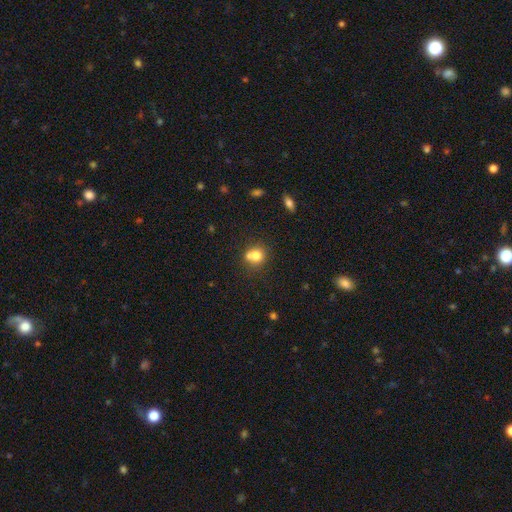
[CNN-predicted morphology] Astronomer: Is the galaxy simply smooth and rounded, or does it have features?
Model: smooth — 75%.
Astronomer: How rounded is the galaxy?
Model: round — 78%.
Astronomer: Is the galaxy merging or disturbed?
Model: none — 47% (runner-up: merger, 38%).